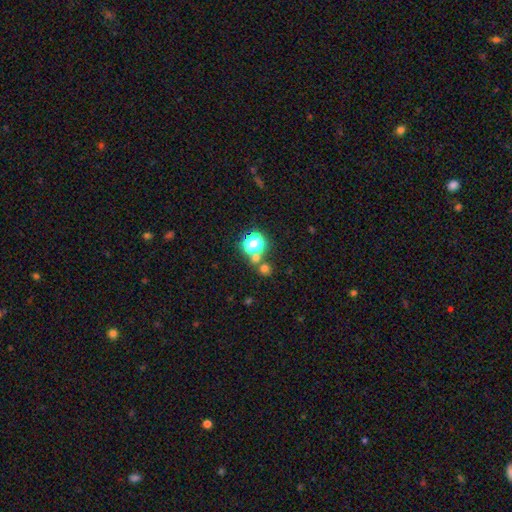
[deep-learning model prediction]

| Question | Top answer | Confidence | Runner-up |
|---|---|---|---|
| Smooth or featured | star or artifact | 51% | smooth (41%) |